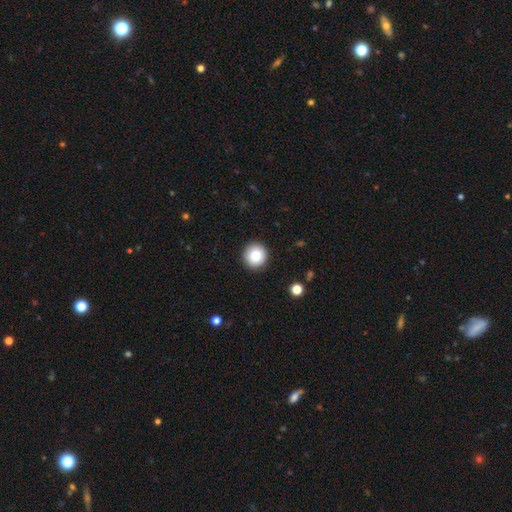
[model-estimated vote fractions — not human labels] Smooth or featured? Predicted: smooth (p=0.84). How rounded? Predicted: round (p=0.95). Merging? Predicted: none (p=0.92).